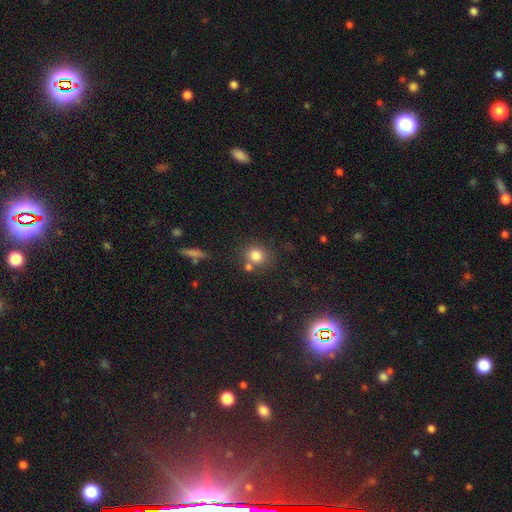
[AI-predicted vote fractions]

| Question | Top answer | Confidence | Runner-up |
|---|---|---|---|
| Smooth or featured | smooth | 80% | star or artifact (12%) |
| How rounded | round | 83% | in between (16%) |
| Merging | none | 67% | merger (18%) |